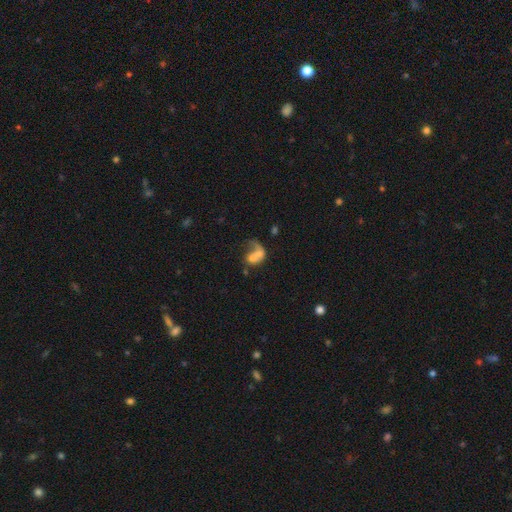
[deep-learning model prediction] A smooth galaxy with no disk features (46%). Merging: merger (36%).